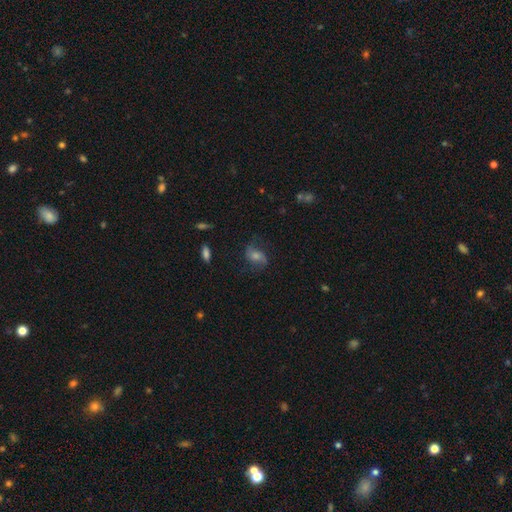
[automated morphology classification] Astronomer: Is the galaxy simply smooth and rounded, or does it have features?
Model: featured or disk — 69%.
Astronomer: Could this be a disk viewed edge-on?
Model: no — 96%.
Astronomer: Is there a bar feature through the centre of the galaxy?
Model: no — 50% (runner-up: weak, 38%).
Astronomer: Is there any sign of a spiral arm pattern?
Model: yes — 93%.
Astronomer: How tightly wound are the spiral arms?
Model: loose — 51% (runner-up: medium, 38%).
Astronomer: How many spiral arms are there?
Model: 2 — 89%.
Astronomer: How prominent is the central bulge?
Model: moderate — 50% (runner-up: small, 32%).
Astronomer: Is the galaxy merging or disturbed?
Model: none — 72%.